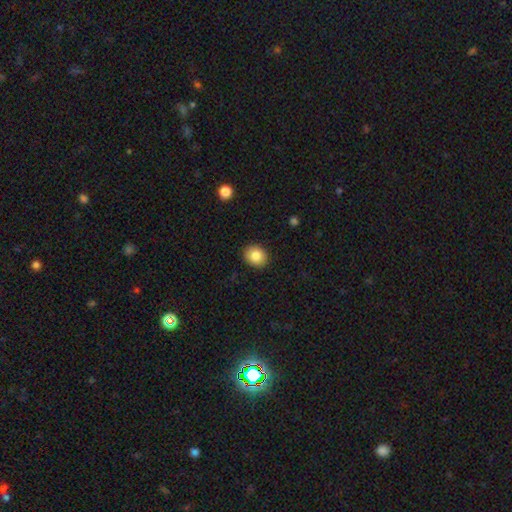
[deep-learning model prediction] Morphology: type=smooth (84%); roundness=round (63%); merging=none (90%).